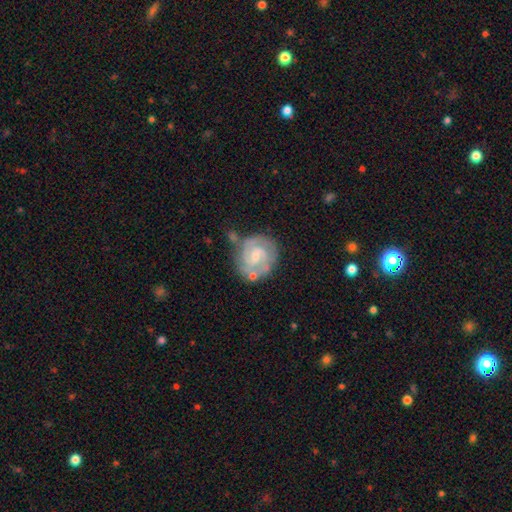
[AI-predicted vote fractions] Overall: featured or disk (83%). Edge-on disk: no (98%). Bar: weak (53%; no 36%). Spiral arms: yes (96%). Spiral arm count: 2 (72%). Spiral winding: tight (54%; medium 39%). Bulge size: small (57%; moderate 30%). Merging: none (63%).